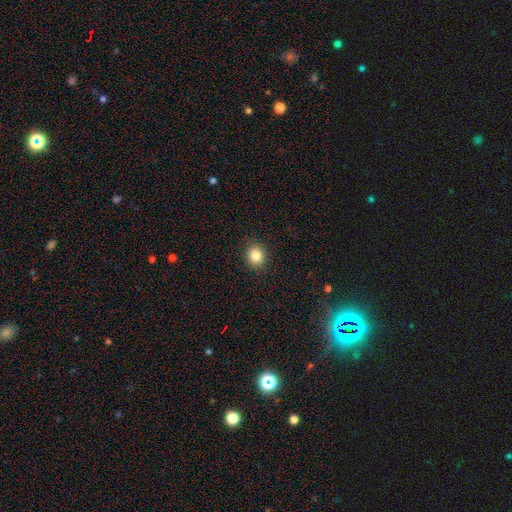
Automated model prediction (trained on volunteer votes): The model was most divided on "how rounded": round: 81%, in between: 18%, cigar-shaped: 1%. More confident: merging — none (91%); smooth or featured — smooth (84%).